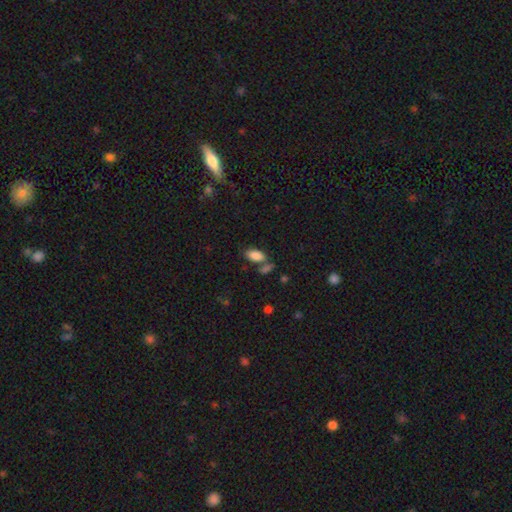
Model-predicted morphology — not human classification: Overall: smooth (86%). How rounded: in between (92%). Merging: none (61%).